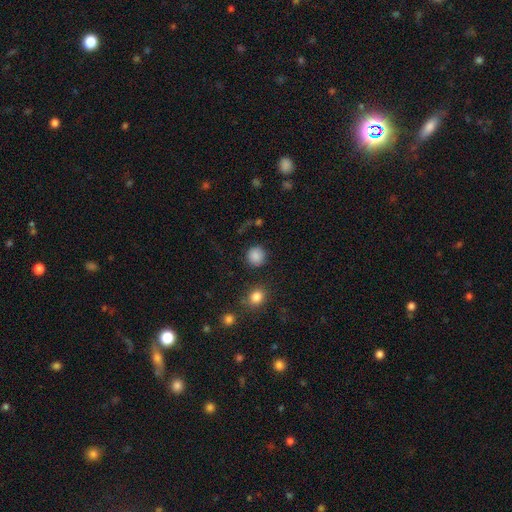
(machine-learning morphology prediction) smooth-or-featured: smooth: 85% | star or artifact: 11% | featured or disk: 4%
  how-rounded: round: 92% | in between: 7% | cigar-shaped: 1%
  merging: none: 87% | minor disturbance: 8% | major disturbance: 3% | merger: 2%